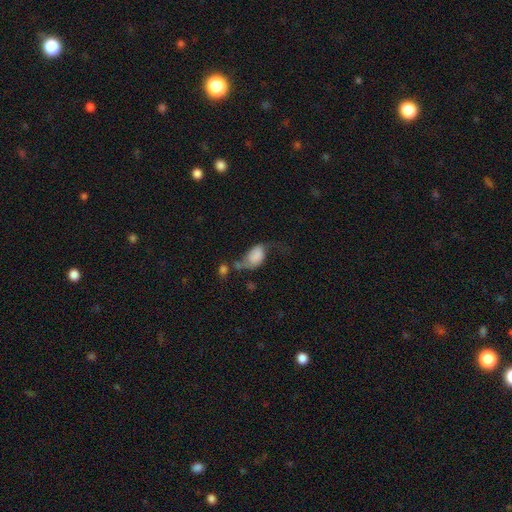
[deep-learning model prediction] Smooth or featured: smooth — 58% (featured or disk — 33%)
How rounded: in between — 87% (round — 11%)
Merging: major disturbance — 33% (none — 23%)